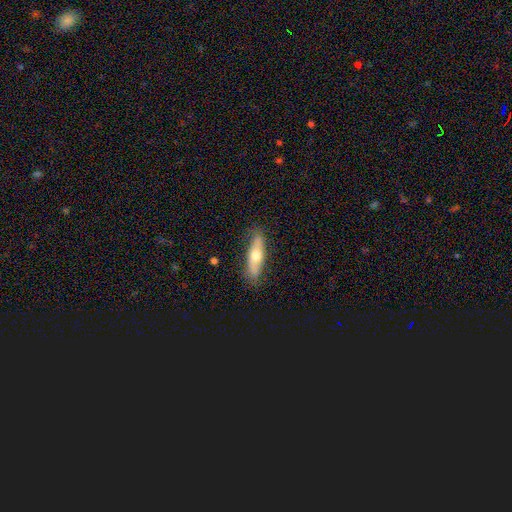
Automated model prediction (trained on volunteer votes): Q: Smooth or featured?
A: smooth (55%); runner-up: featured or disk (40%)
Q: How rounded?
A: cigar-shaped (59%); runner-up: in between (39%)
Q: Merging?
A: none (82%); runner-up: minor disturbance (14%)